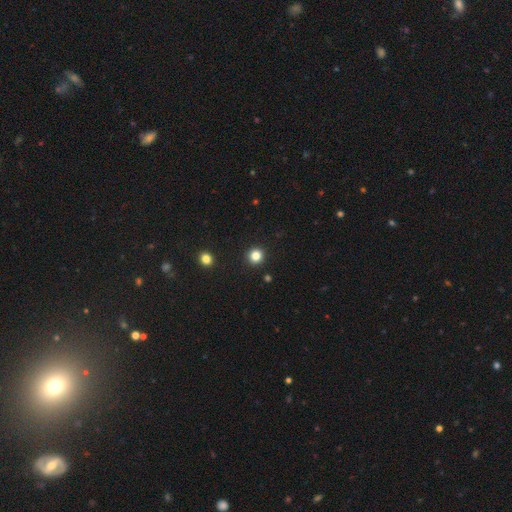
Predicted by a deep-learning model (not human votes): Q: Smooth or featured?
A: smooth (82%); runner-up: star or artifact (14%)
Q: How rounded?
A: round (94%); runner-up: in between (5%)
Q: Merging?
A: none (93%); runner-up: minor disturbance (4%)